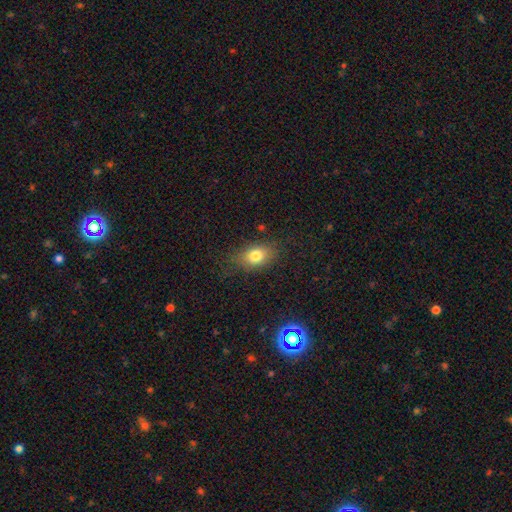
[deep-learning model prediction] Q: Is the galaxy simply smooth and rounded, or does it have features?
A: smooth — 78%.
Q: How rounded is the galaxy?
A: in between — 77%.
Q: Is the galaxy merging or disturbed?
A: none — 77%.